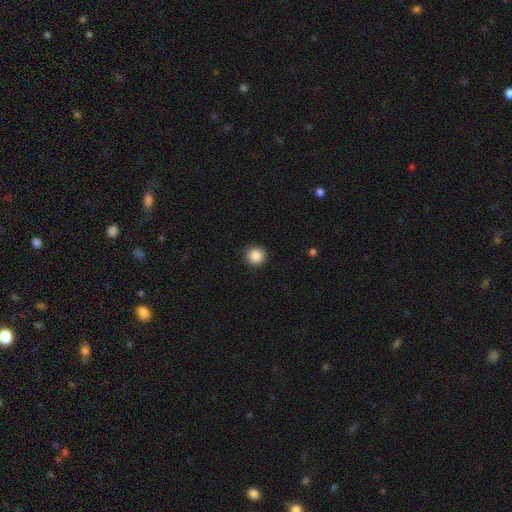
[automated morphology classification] A smooth galaxy with no disk features (87%) that is round (95%).

Vote fractions:
- Smooth or featured? smooth: 87% / star or artifact: 10% / featured or disk: 3%
- How rounded? round: 95% / in between: 4% / cigar-shaped: 1%
- Merging? none: 91% / minor disturbance: 6% / major disturbance: 2% / merger: 1%